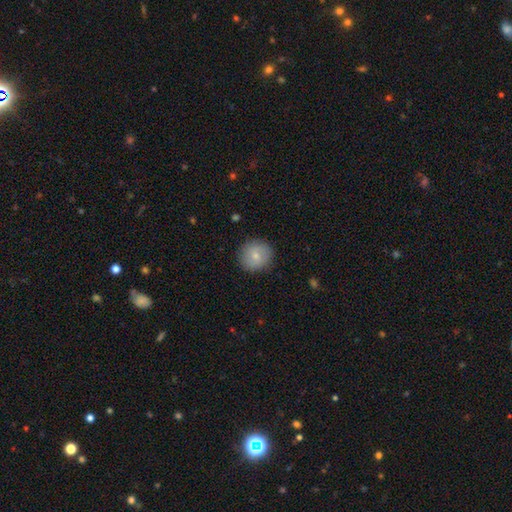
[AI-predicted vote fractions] Overall: smooth (74%). How rounded: round (91%). Merging: none (88%).